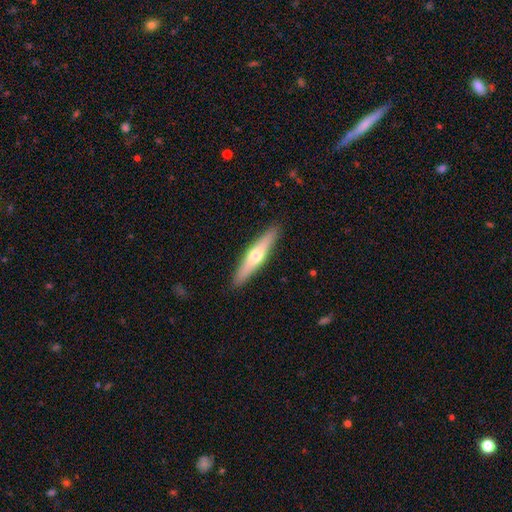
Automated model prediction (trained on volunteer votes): This appears to be a featured or disk galaxy (49%). Merging: none (90%).